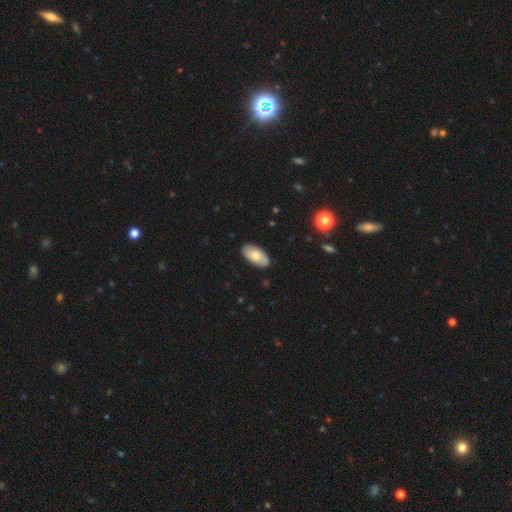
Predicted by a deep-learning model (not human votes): smooth_or_featured: smooth (p=0.73) [alt: featured or disk p=0.21]
how_rounded: in between (p=0.95) [alt: cigar-shaped p=0.03]
merging: none (p=0.88) [alt: minor disturbance p=0.10]